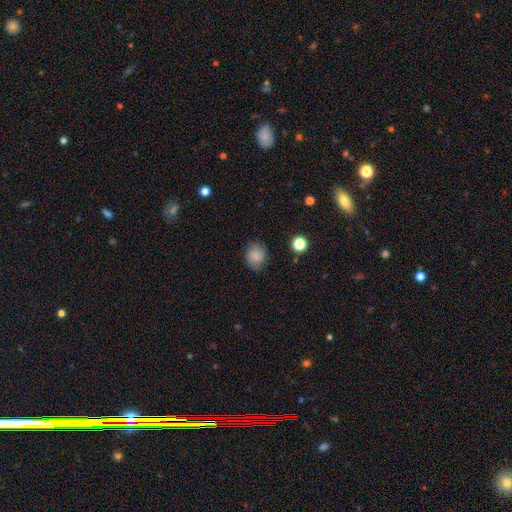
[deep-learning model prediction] This is clearly a smooth galaxy (85%). How rounded: likely round (75%). Merging: clearly none (81%).